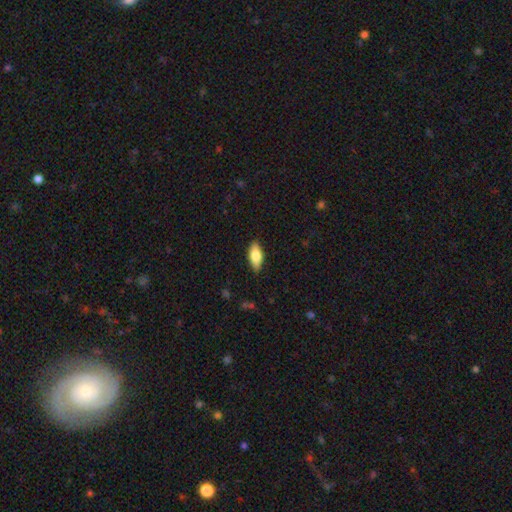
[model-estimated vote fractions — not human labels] smooth_or_featured: smooth (p=0.75) [alt: featured or disk p=0.19]
how_rounded: in between (p=0.82) [alt: cigar-shaped p=0.15]
merging: none (p=0.87) [alt: minor disturbance p=0.10]